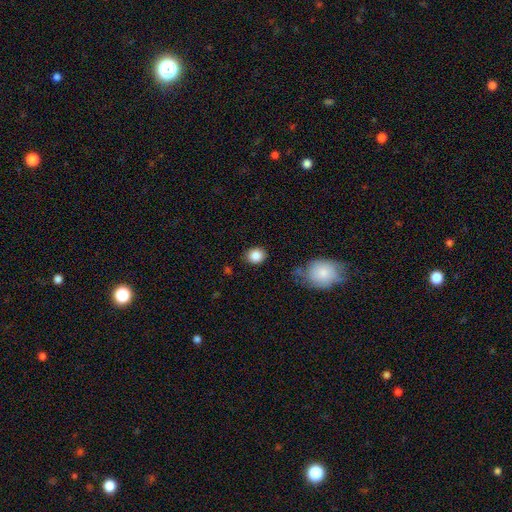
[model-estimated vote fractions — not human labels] Smooth or featured? smooth (86%)
How rounded? round (76%)
Merging? none (85%)